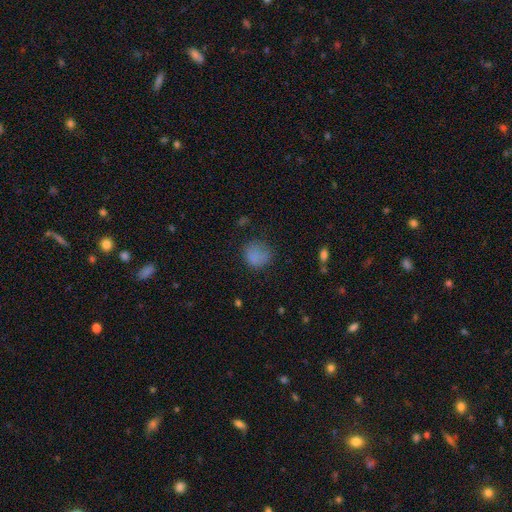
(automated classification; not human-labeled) Overall: smooth (80%). How rounded: round (78%). Merging: none (67%).